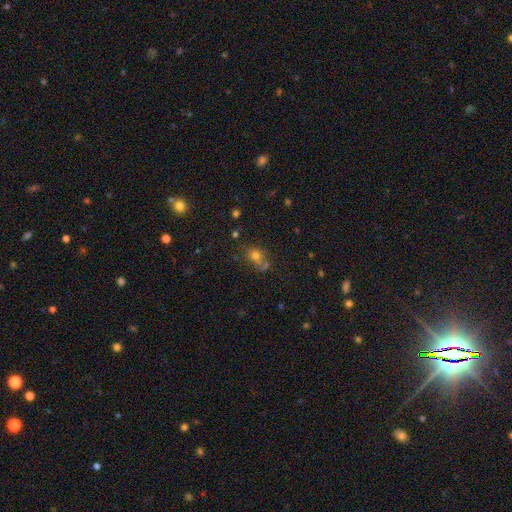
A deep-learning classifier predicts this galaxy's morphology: smooth_or_featured: smooth (p=0.71) [alt: star or artifact p=0.17]
how_rounded: round (p=0.62) [alt: in between p=0.36]
merging: none (p=0.52) [alt: merger p=0.22]